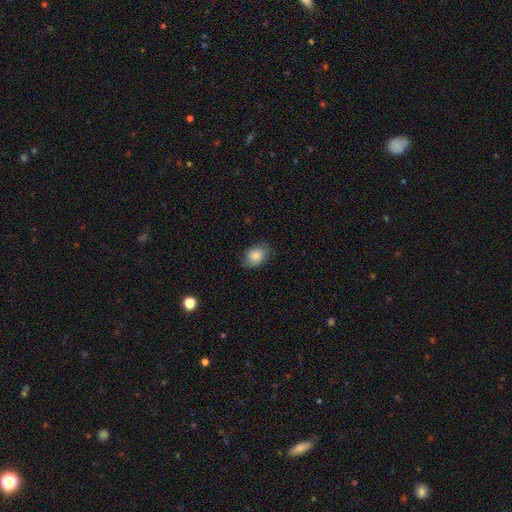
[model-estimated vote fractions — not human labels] The model was most divided on "how rounded": in between: 70%, round: 29%, cigar-shaped: 1%. More confident: smooth or featured — smooth (82%); merging — none (75%).